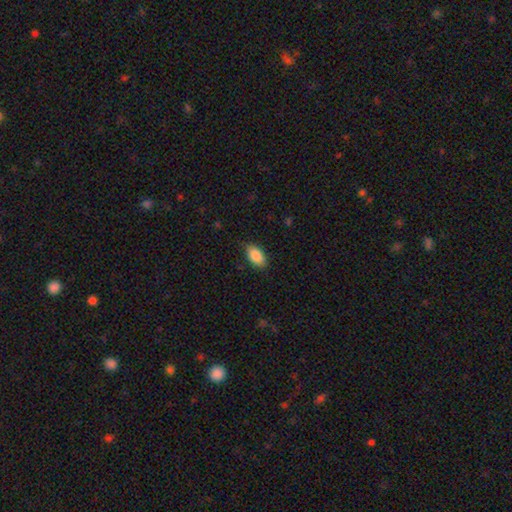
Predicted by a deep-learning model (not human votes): This appears to be a smooth galaxy with no disk features (88%) that is in between round and cigar-shaped (93%). Merging: none (84%).